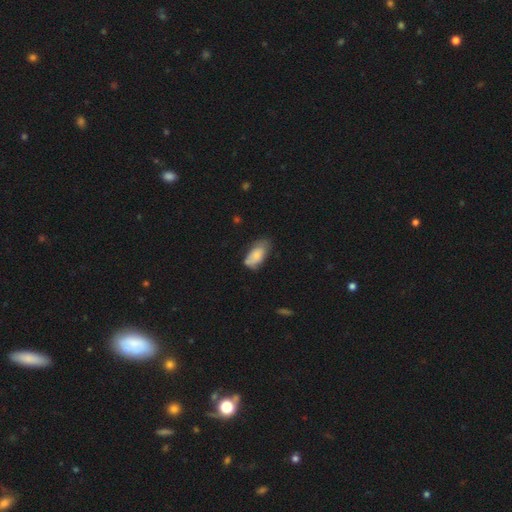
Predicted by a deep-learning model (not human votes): Overall: smooth (76%). How rounded: in between (91%). Merging: none (49%; minor disturbance 36%).